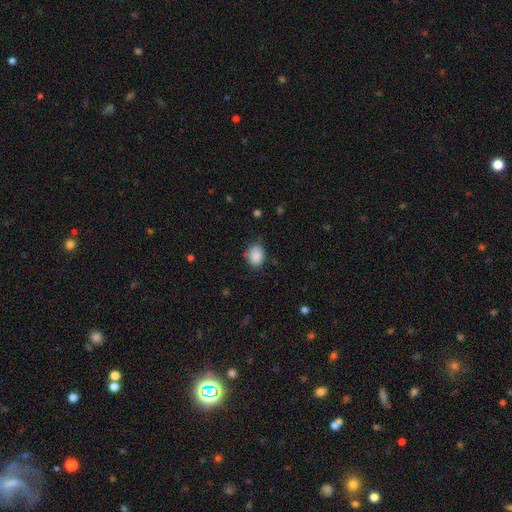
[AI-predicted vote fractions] smooth_or_featured: smooth (p=0.88) [alt: star or artifact p=0.08]
how_rounded: in between (p=0.50) [alt: round p=0.49]
merging: none (p=0.73) [alt: minor disturbance p=0.21]